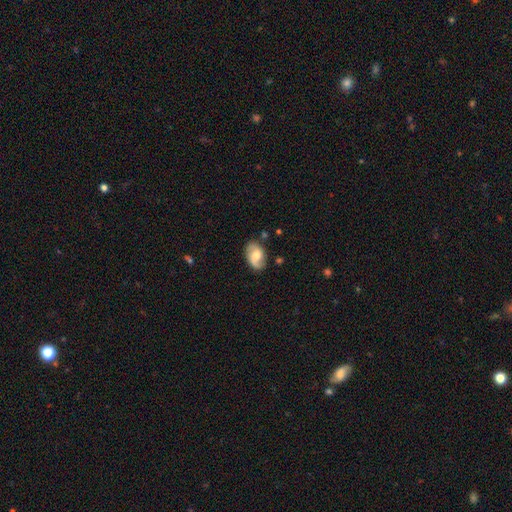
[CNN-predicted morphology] This appears to be a featured or disk galaxy (59%) with no bar (48%), 2 (84%) loose (43%) spiral arms (89%) and a moderate central bulge (59%). Merging: none (75%).